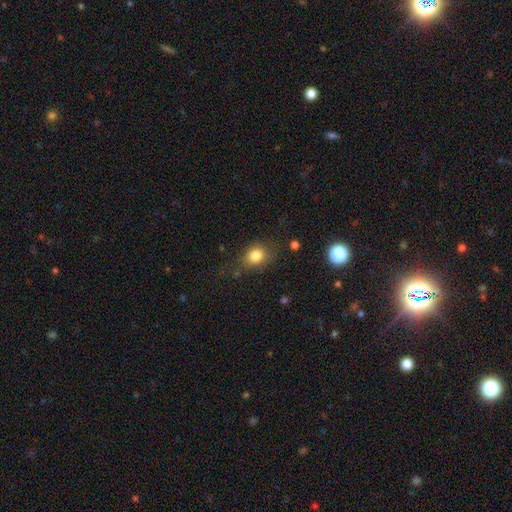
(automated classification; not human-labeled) This appears to be a smooth galaxy with no disk features (82%) that is in between round and cigar-shaped (53%). Merging: none (71%).